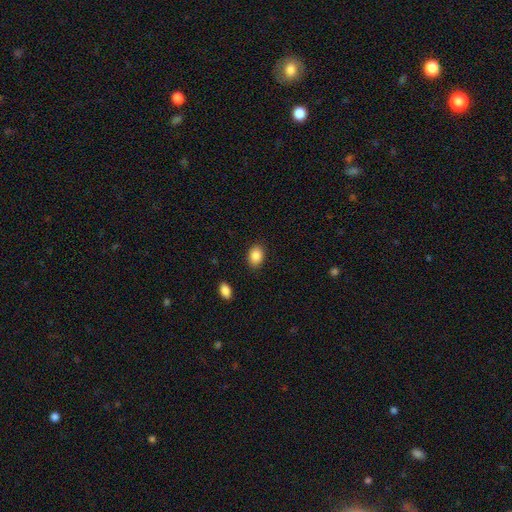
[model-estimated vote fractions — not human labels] The model was most divided on "how rounded": in between: 73%, round: 26%, cigar-shaped: 1%. More confident: smooth or featured — smooth (87%); merging — none (87%).